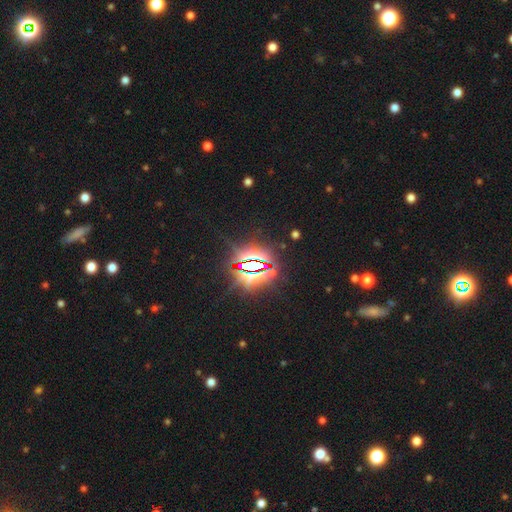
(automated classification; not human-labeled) A star or artifact, not a galaxy (85%).